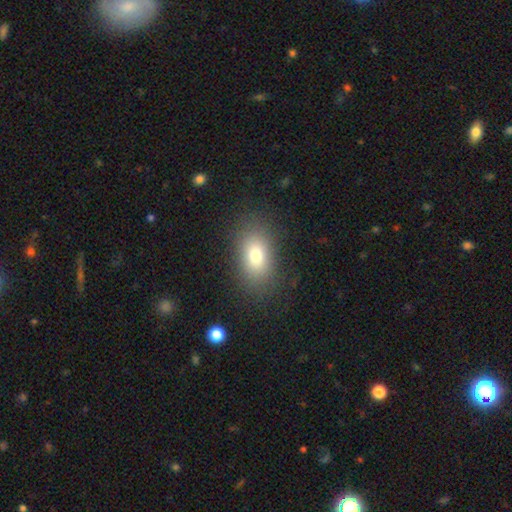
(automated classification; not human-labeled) A smooth galaxy with no disk features (76%) that is in between round and cigar-shaped (81%).

Vote fractions:
- Smooth or featured? smooth: 76% / featured or disk: 12% / star or artifact: 12%
- How rounded? in between: 81% / round: 17% / cigar-shaped: 2%
- Merging? none: 84% / minor disturbance: 10% / major disturbance: 5% / merger: 1%